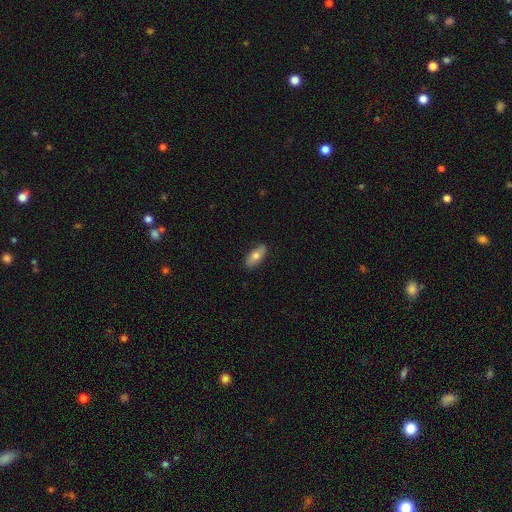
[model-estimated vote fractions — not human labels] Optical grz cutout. It shows a smooth galaxy with no disk features (69%) that is in between round and cigar-shaped (81%). Merging: none (83%).